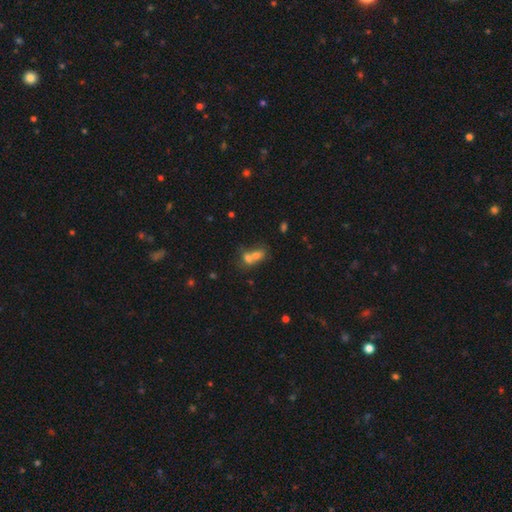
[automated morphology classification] A smooth galaxy with no disk features (66%) that is in between round and cigar-shaped (60%). Merging: merger (70%).